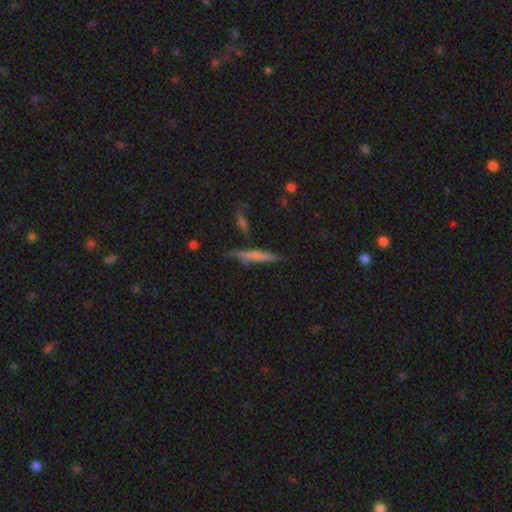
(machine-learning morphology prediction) smooth 54%, featured or disk 38%, star or artifact 8%. Down the decision tree: how rounded — cigar-shaped (92%); merging — none (76%).